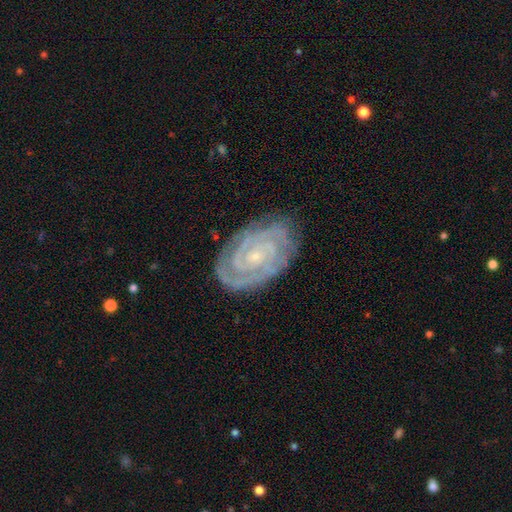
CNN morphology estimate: Smooth or featured? Predicted: featured or disk (p=0.89). Edge-on disk? Predicted: no (p=0.97). Bar? Predicted: no (p=0.65). Spiral arms? Predicted: yes (p=0.98). Spiral winding? Predicted: tight (p=0.82). Spiral arm count? Predicted: 2 (p=0.43). Bulge size? Predicted: small (p=0.77). Merging? Predicted: none (p=0.80).